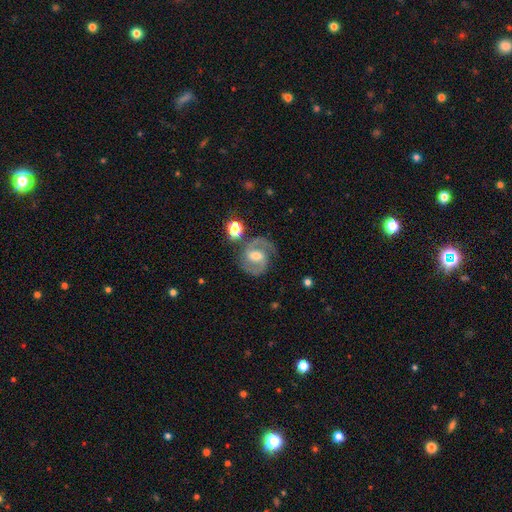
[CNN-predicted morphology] Smooth or featured: featured or disk — 85% (smooth — 9%)
Edge-on disk: no — 98% (yes — 2%)
Bar: weak — 52% (strong — 29%)
Spiral arms: yes — 96% (no — 4%)
Spiral winding: medium — 59% (tight — 28%)
Spiral arm count: 2 — 91% (can't tell — 3%)
Bulge size: moderate — 61% (small — 24%)
Merging: none — 75% (minor disturbance — 14%)